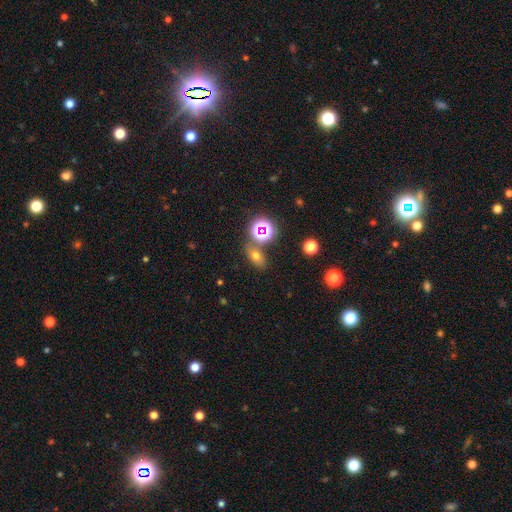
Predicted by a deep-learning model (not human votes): A smooth galaxy with no disk features (59%) that is in between round and cigar-shaped (71%). Merging: none (72%).